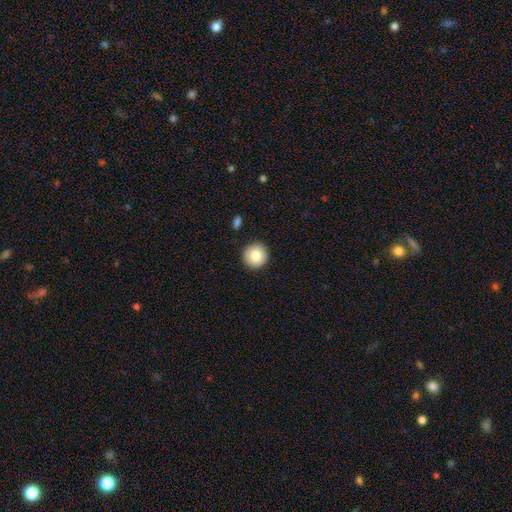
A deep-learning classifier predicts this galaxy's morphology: type=smooth (81%); roundness=round (95%); merging=none (91%).